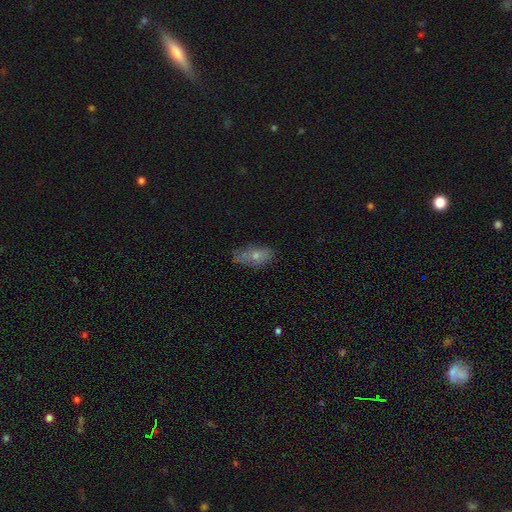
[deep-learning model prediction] smooth_or_featured: smooth (p=0.67) [alt: featured or disk p=0.24]
how_rounded: in between (p=0.83) [alt: cigar-shaped p=0.13]
merging: none (p=0.63) [alt: minor disturbance p=0.27]